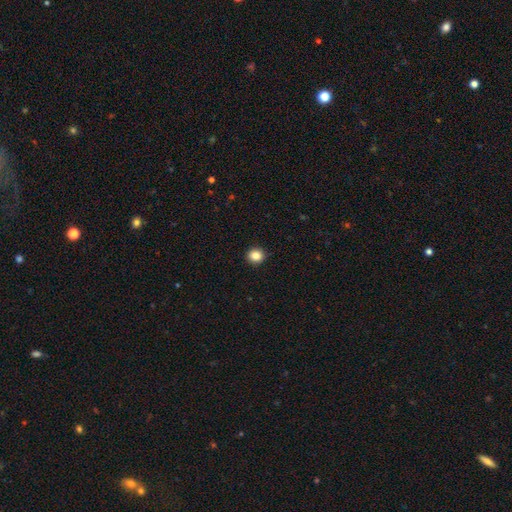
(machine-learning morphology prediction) Smooth or featured? smooth (85%)
How rounded? round (87%)
Merging? none (92%)